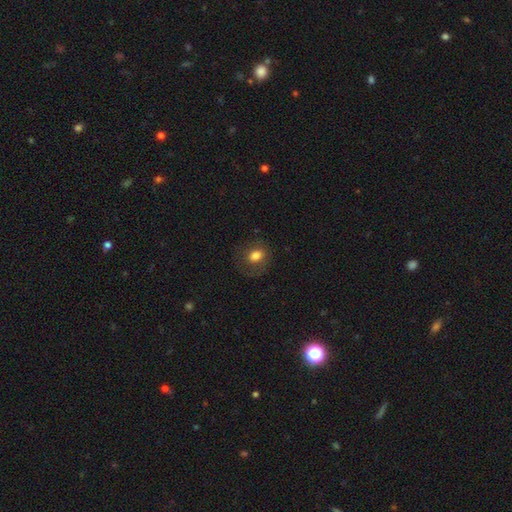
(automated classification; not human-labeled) Smooth or featured? Predicted: smooth (p=0.74). How rounded? Predicted: round (p=0.53). Merging? Predicted: none (p=0.73).